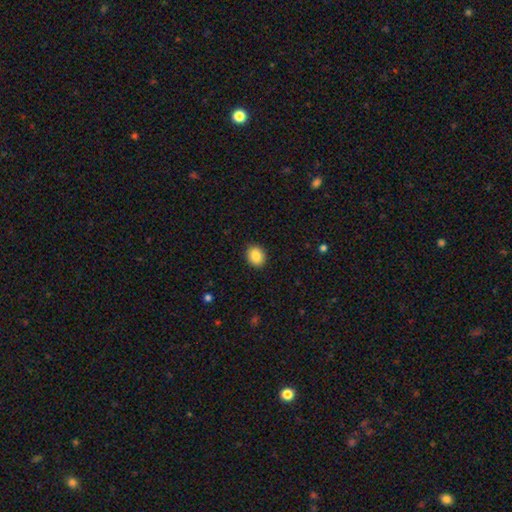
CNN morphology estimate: type=smooth (86%); roundness=round (70%); merging=none (91%).